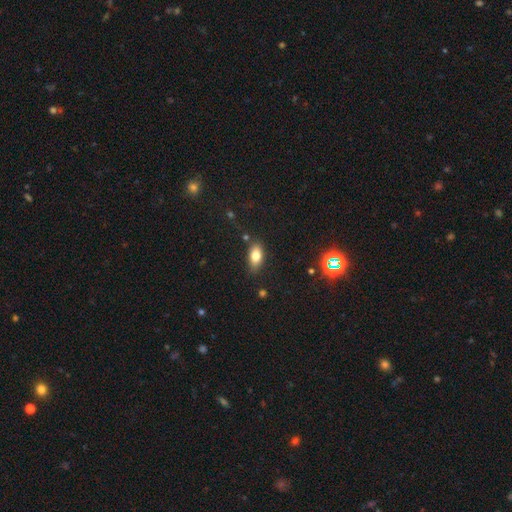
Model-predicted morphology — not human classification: Overall: smooth (77%). How rounded: in between (87%). Merging: none (79%).